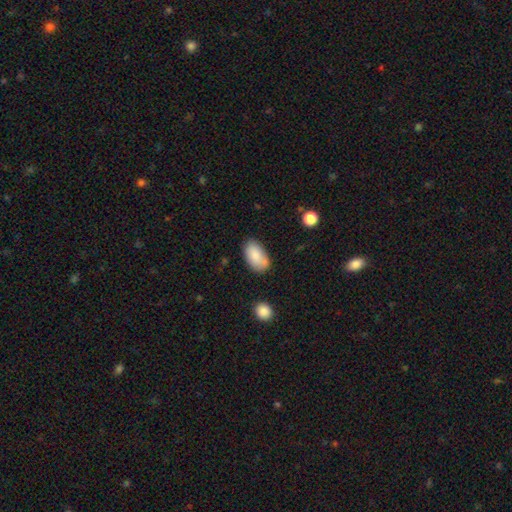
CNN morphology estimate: Smooth or featured? smooth (84%)
How rounded? in between (94%)
Merging? none (69%)